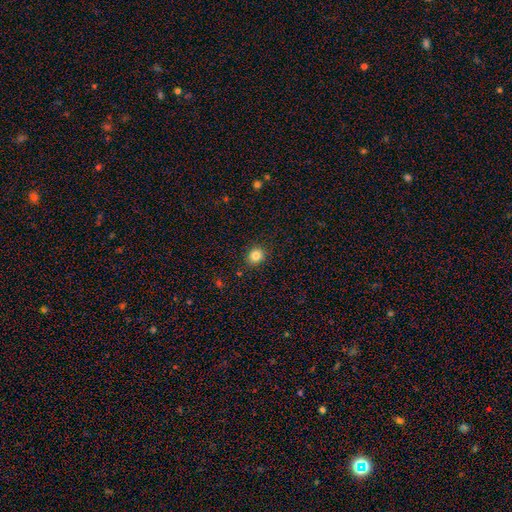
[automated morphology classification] type=smooth (83%); roundness=round (75%); merging=none (89%).